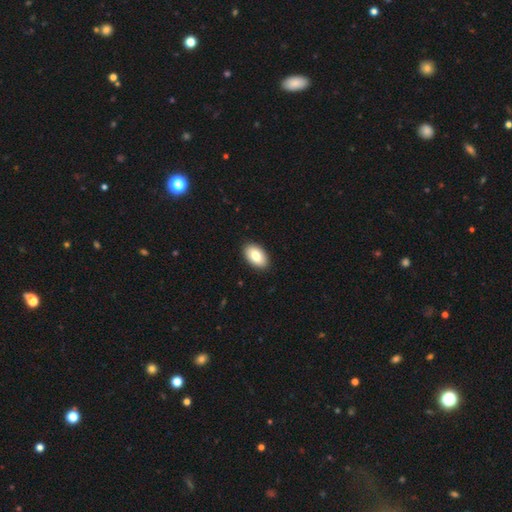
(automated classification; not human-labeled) Smooth or featured?
  - smooth: 81% *
  - featured or disk: 12%
  - star or artifact: 6%
How rounded?
  - in between: 94% *
  - round: 5%
  - cigar-shaped: 1%
Merging?
  - none: 90% *
  - minor disturbance: 7%
  - major disturbance: 2%
  - merger: 1%